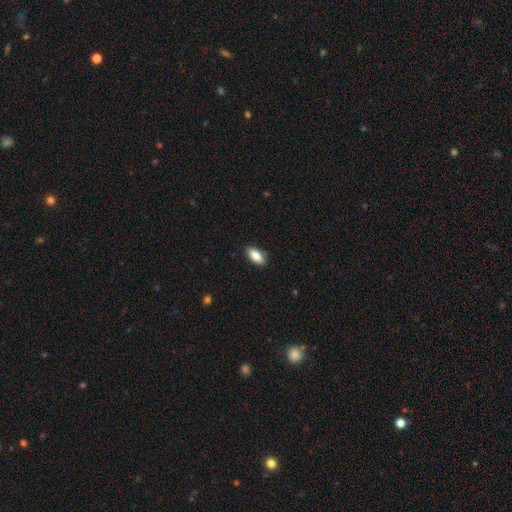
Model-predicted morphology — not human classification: A smooth galaxy with no disk features (86%) that is in between round and cigar-shaped (90%). Merging: none (86%).